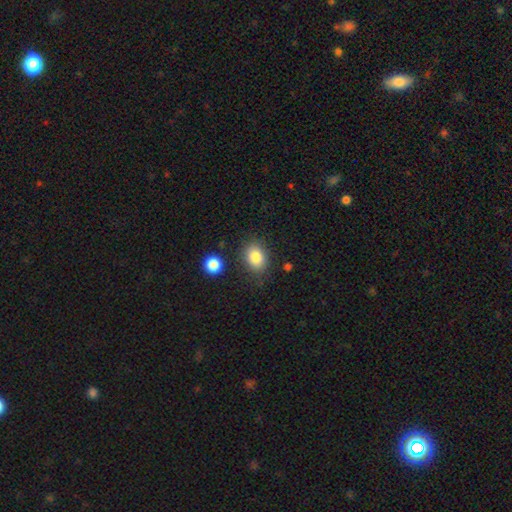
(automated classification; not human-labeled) smooth 85%, star or artifact 9%, featured or disk 6%. Down the decision tree: how rounded — in between (68%); merging — none (79%).